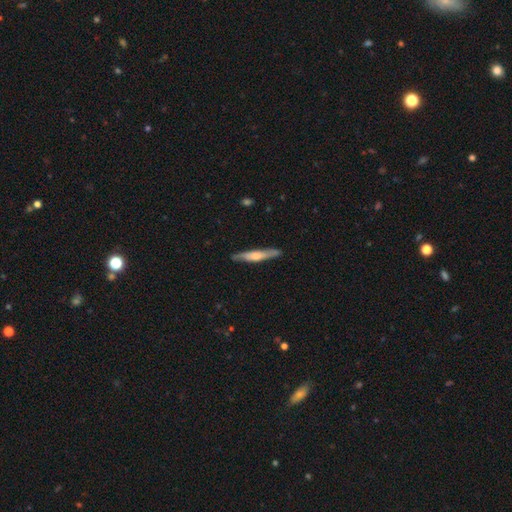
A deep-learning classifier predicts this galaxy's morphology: Smooth or featured? Predicted: featured or disk (p=0.52). Edge-on disk? Predicted: yes (p=0.91). Merging? Predicted: none (p=0.84).